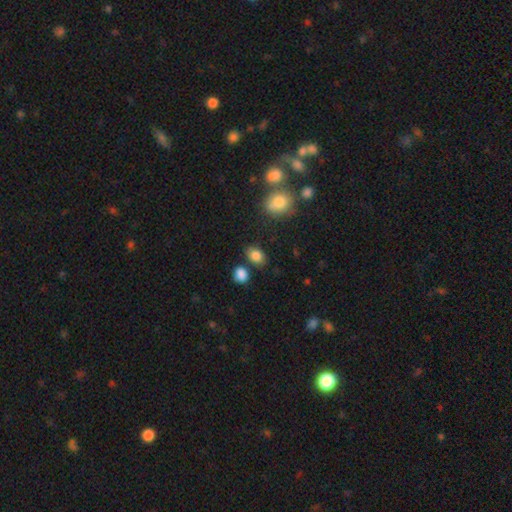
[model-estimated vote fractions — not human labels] Overall: smooth (84%). How rounded: in between (70%). Merging: none (75%).